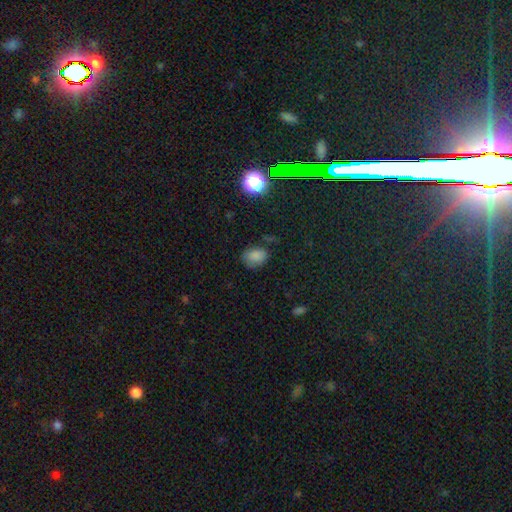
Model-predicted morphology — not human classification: smooth_or_featured: smooth (p=0.78) [alt: star or artifact p=0.15]
how_rounded: in between (p=0.71) [alt: round p=0.28]
merging: none (p=0.66) [alt: minor disturbance p=0.24]